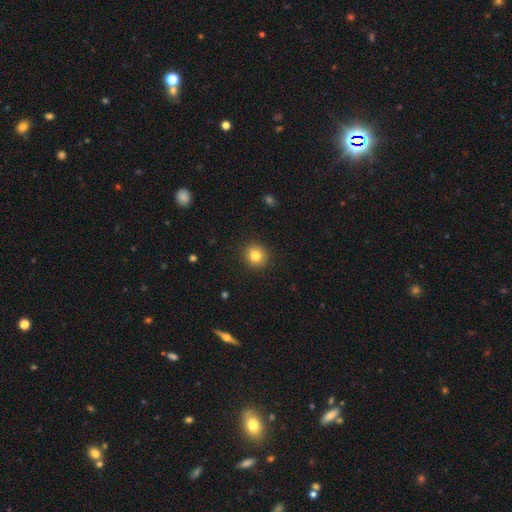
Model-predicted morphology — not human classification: Smooth or featured?
  - smooth: 81% *
  - star or artifact: 11%
  - featured or disk: 8%
How rounded?
  - round: 88% *
  - in between: 11%
  - cigar-shaped: 1%
Merging?
  - none: 90% *
  - minor disturbance: 7%
  - major disturbance: 2%
  - merger: 1%